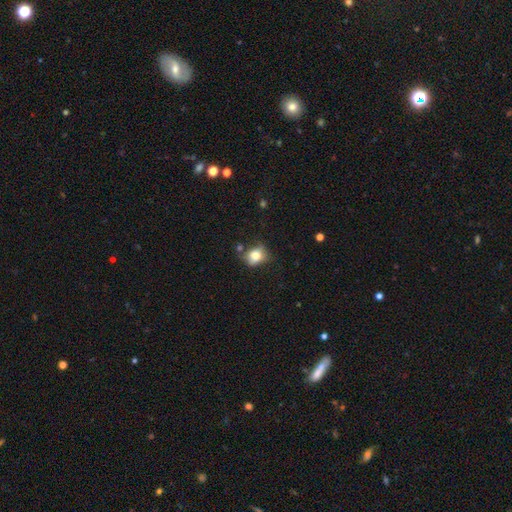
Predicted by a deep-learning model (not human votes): This appears to be a smooth galaxy with no disk features (74%) that is round (50%). Merging: none (54%).